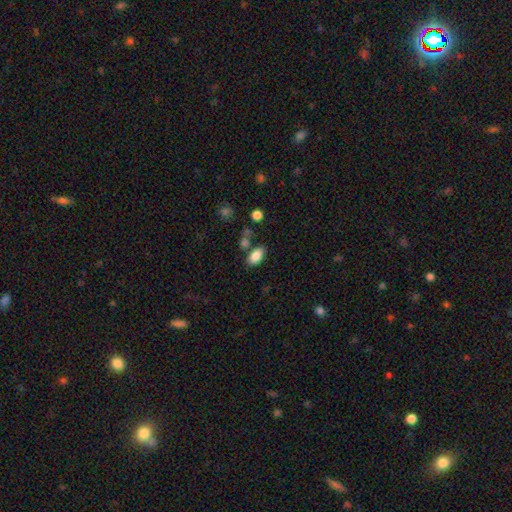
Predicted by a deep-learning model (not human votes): Smooth or featured?
  - smooth: 85% *
  - star or artifact: 8%
  - featured or disk: 7%
How rounded?
  - in between: 92% *
  - round: 6%
  - cigar-shaped: 2%
Merging?
  - none: 72% *
  - minor disturbance: 14%
  - merger: 10%
  - major disturbance: 4%